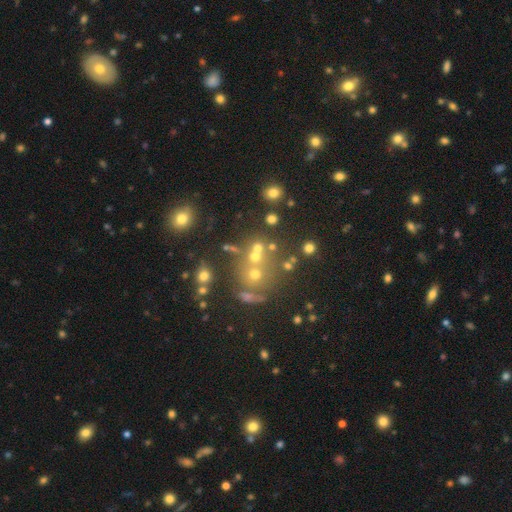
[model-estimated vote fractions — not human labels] The model was most divided on "smooth or featured": smooth: 49%, star or artifact: 30%, featured or disk: 21%. More confident: merging — none (52%).